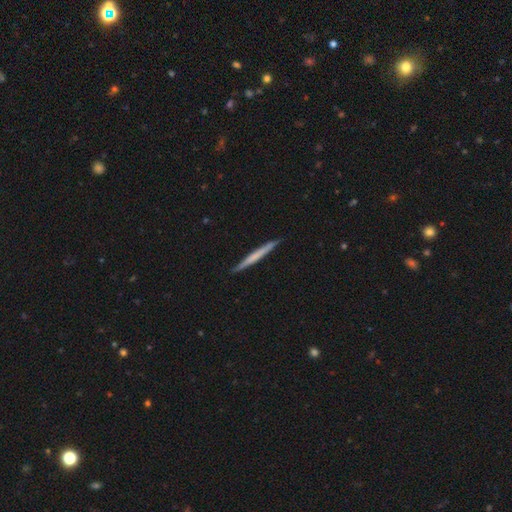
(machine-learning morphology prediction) Q: Smooth or featured?
A: smooth (51%); runner-up: featured or disk (45%)
Q: How rounded?
A: cigar-shaped (97%); runner-up: in between (2%)
Q: Merging?
A: none (92%); runner-up: minor disturbance (6%)